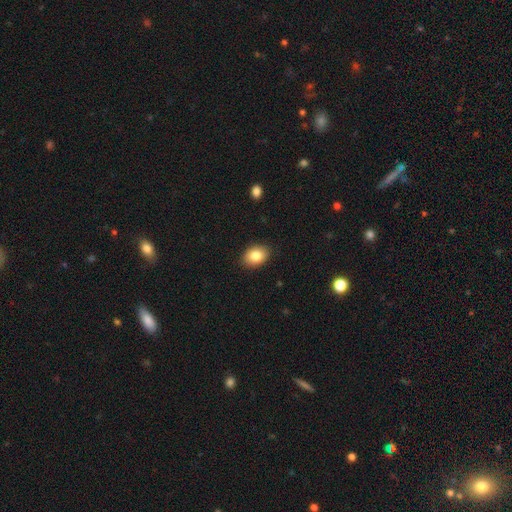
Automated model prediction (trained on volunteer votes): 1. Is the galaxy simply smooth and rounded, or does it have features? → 83% smooth, 9% featured or disk, 8% star or artifact.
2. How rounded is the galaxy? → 73% in between, 26% round, 1% cigar-shaped.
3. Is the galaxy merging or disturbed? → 88% none, 9% minor disturbance, 2% major disturbance, 1% merger.